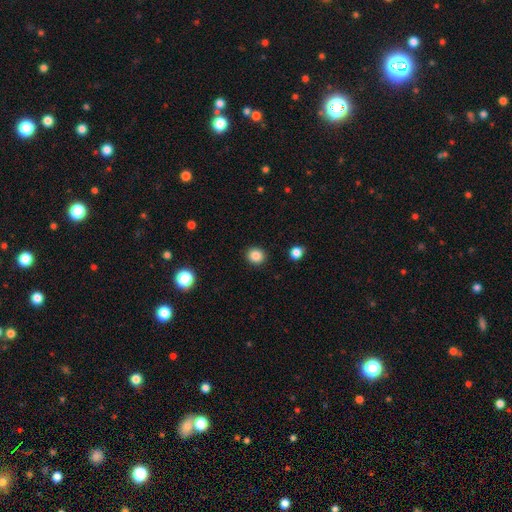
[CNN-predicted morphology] type=smooth (86%); roundness=round (83%); merging=none (91%).